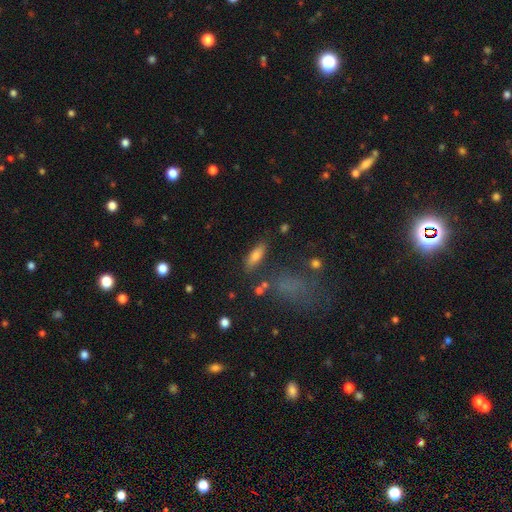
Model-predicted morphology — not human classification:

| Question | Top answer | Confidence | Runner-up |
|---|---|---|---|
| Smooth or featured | smooth | 70% | featured or disk (18%) |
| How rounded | in between | 60% | cigar-shaped (35%) |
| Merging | none | 79% | minor disturbance (12%) |